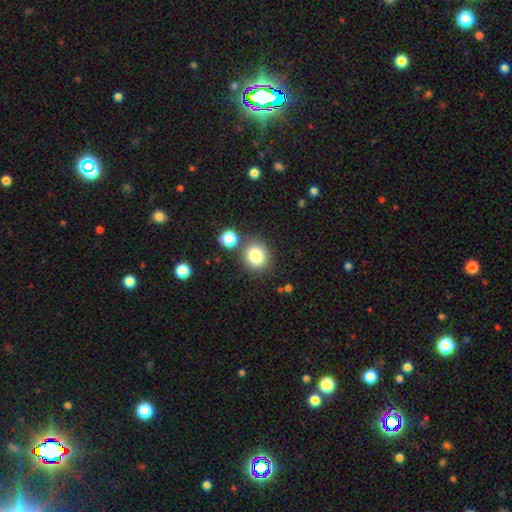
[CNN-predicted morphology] smooth 82%, star or artifact 11%, featured or disk 7%. Down the decision tree: how rounded — round (78%); merging — none (76%).